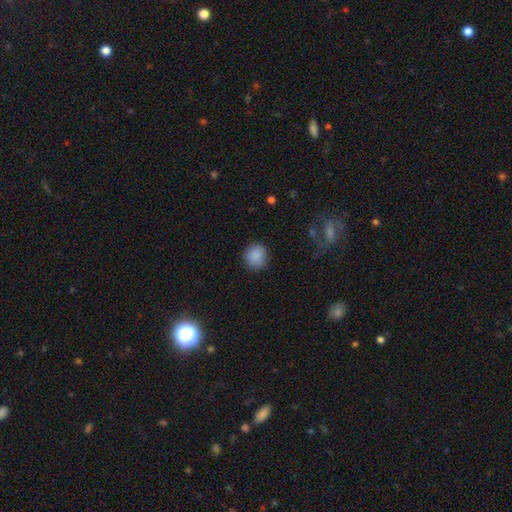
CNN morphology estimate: Q: Smooth or featured?
A: smooth (88%); runner-up: star or artifact (8%)
Q: How rounded?
A: round (89%); runner-up: in between (10%)
Q: Merging?
A: none (87%); runner-up: minor disturbance (9%)